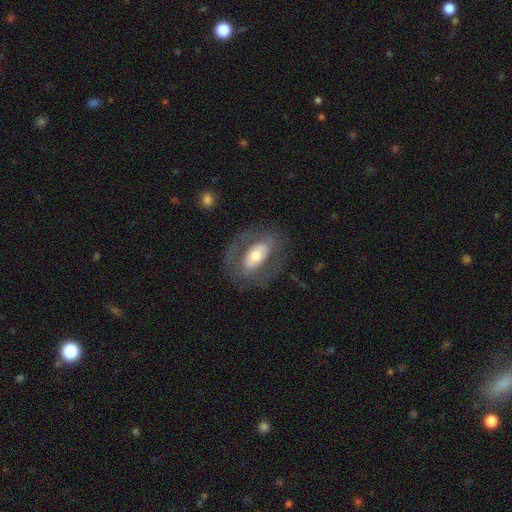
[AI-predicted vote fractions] Morphology: type=featured or disk (62%); edge-on=no (90%); bar=no (47%); spiral arms=no (61%); bulge=moderate (63%); merging=none (71%).